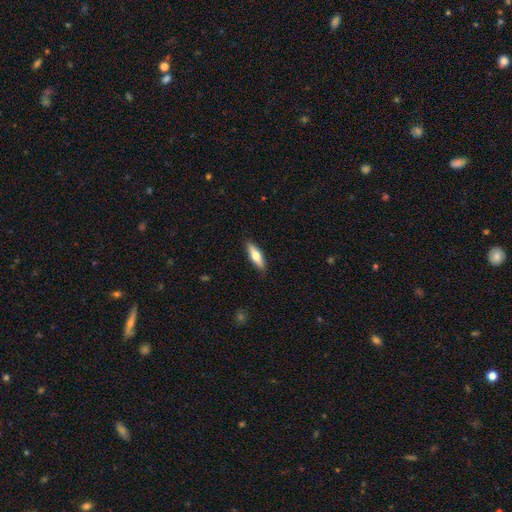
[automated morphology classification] Q: Smooth or featured?
A: smooth (59%); runner-up: featured or disk (35%)
Q: How rounded?
A: cigar-shaped (56%); runner-up: in between (42%)
Q: Merging?
A: none (88%); runner-up: minor disturbance (9%)